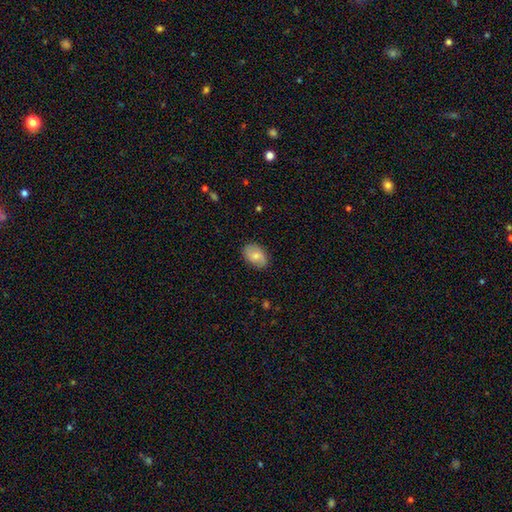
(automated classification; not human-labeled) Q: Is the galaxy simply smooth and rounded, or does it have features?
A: smooth — 66%.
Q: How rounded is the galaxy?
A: in between — 87%.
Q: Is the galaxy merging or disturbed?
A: none — 84%.